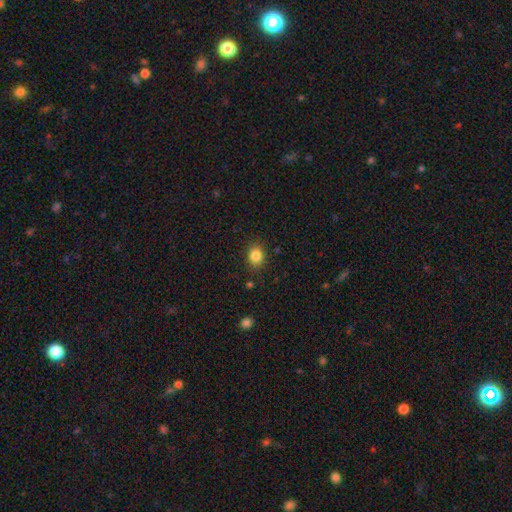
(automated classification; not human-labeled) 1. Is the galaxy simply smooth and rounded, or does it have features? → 85% smooth, 10% star or artifact, 5% featured or disk.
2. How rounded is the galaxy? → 60% round, 39% in between, 1% cigar-shaped.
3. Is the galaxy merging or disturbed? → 85% none, 10% minor disturbance, 3% major disturbance, 2% merger.